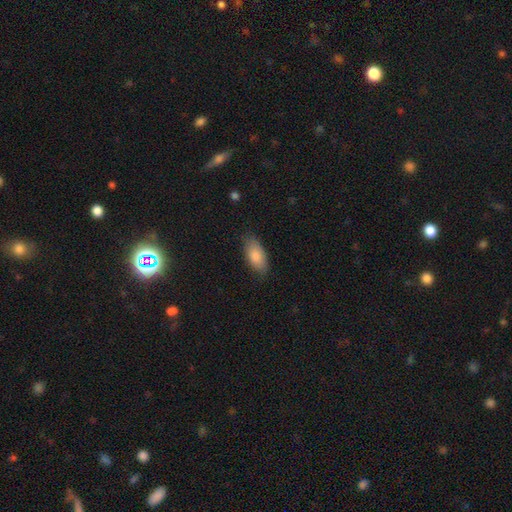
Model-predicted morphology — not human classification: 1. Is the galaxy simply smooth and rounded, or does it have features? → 85% smooth, 9% featured or disk, 6% star or artifact.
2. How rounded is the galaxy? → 90% in between, 8% cigar-shaped, 2% round.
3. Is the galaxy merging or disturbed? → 79% none, 16% minor disturbance, 3% major disturbance, 1% merger.